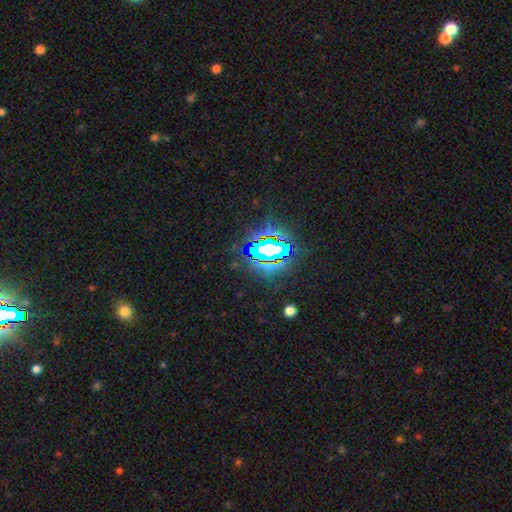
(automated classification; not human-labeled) Overall: star or artifact (80%).